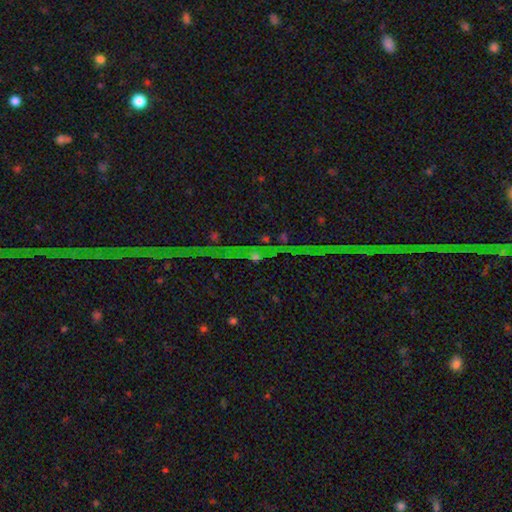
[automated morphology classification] Smooth or featured? star or artifact (63%)